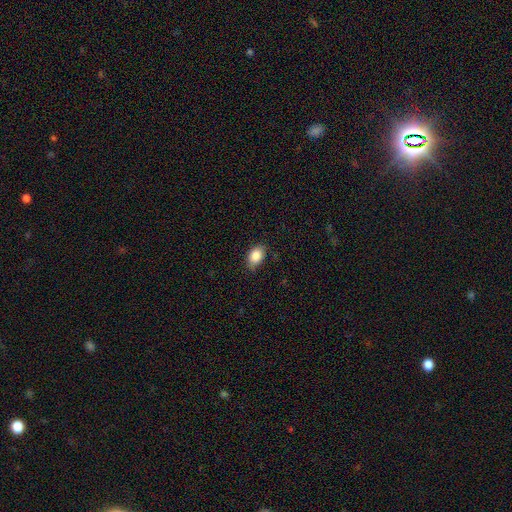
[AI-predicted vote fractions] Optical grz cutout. It shows a smooth galaxy with no disk features (86%) that is in between round and cigar-shaped (85%). Merging: none (79%).